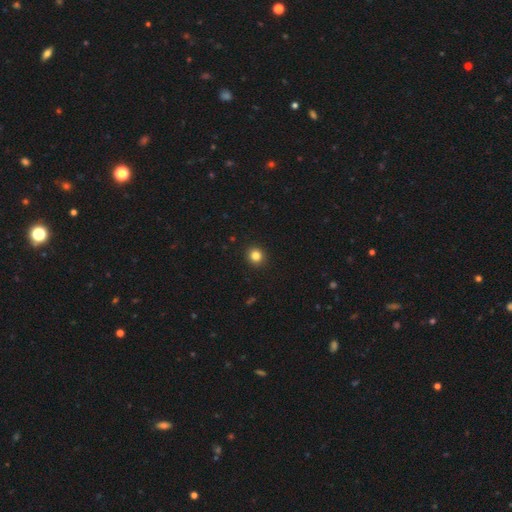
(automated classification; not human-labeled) Morphology: type=smooth (84%); roundness=round (90%); merging=none (93%).